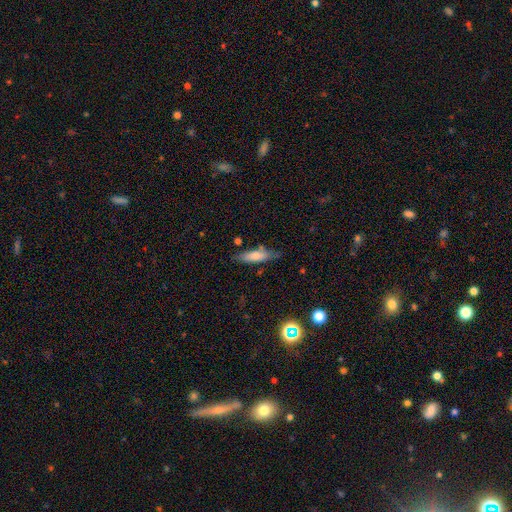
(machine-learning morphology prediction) This appears to be a smooth galaxy with no disk features (72%) that is cigar-shaped (60%). Merging: none (70%).